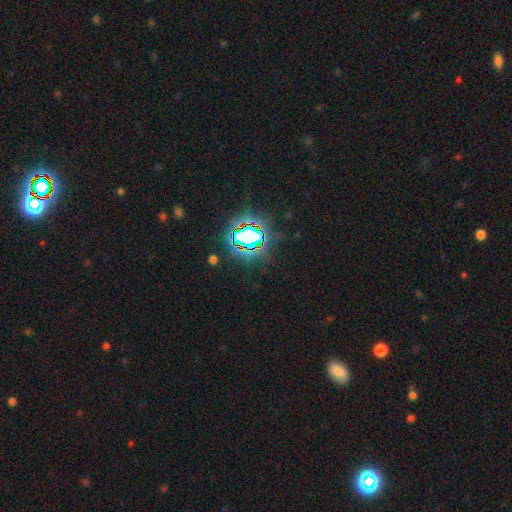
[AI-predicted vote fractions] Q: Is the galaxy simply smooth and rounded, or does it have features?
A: star or artifact — 83%.